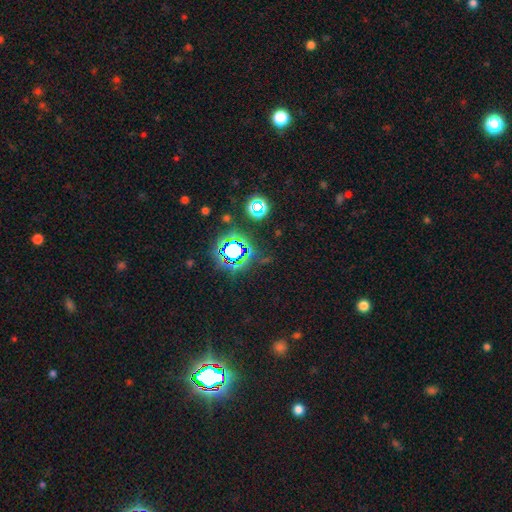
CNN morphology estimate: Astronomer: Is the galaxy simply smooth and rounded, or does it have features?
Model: star or artifact — 78%.